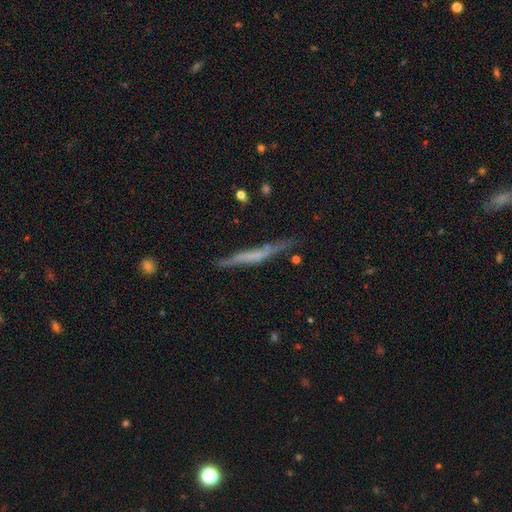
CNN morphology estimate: This is possibly a featured or disk galaxy (55%). It is clearly viewed edge-on (94%). Edge-on bulge: likely none (71%). Merging: likely none (79%).